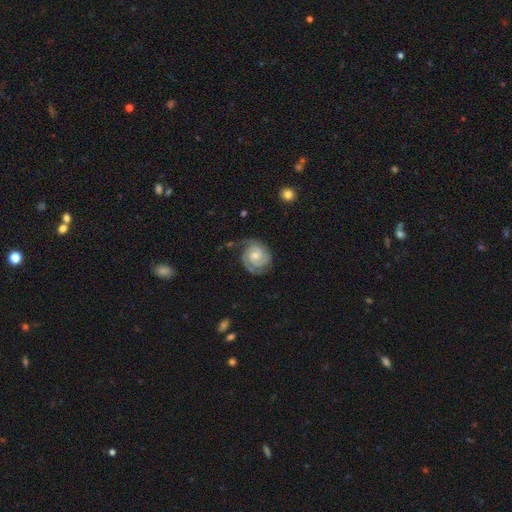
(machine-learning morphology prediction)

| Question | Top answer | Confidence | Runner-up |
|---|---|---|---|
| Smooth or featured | featured or disk | 89% | smooth (6%) |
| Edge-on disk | no | 98% | yes (2%) |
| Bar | no | 57% | weak (35%) |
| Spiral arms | yes | 98% | no (2%) |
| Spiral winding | tight | 68% | medium (28%) |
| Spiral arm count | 2 | 70% | 3 (17%) |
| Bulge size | small | 47% | moderate (46%) |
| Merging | none | 74% | minor disturbance (18%) |